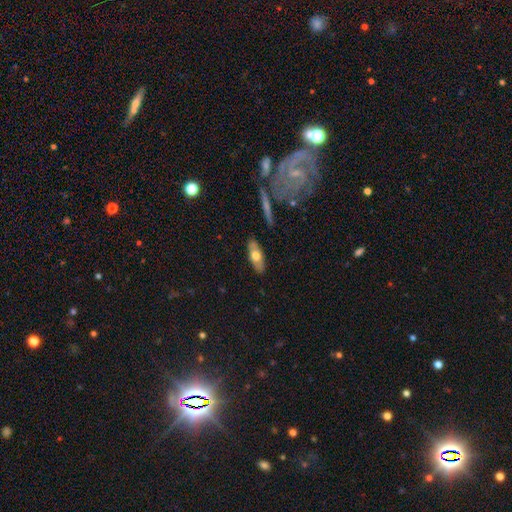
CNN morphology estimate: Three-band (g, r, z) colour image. It shows a smooth galaxy with no disk features (59%) that is in between round and cigar-shaped (69%). Merging: none (86%).